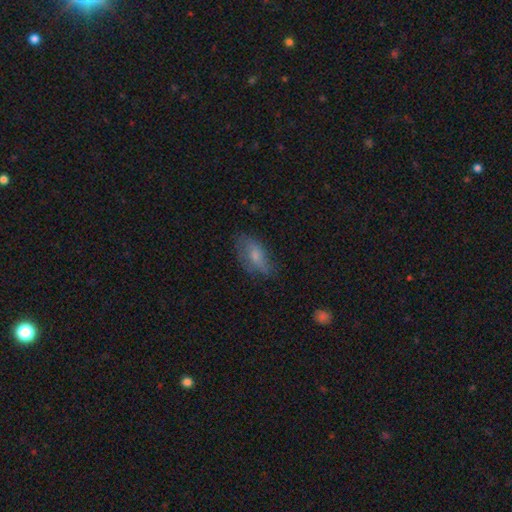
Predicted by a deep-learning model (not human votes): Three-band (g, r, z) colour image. It shows a smooth galaxy with no disk features (64%) that is in between round and cigar-shaped (88%). Merging: none (60%).